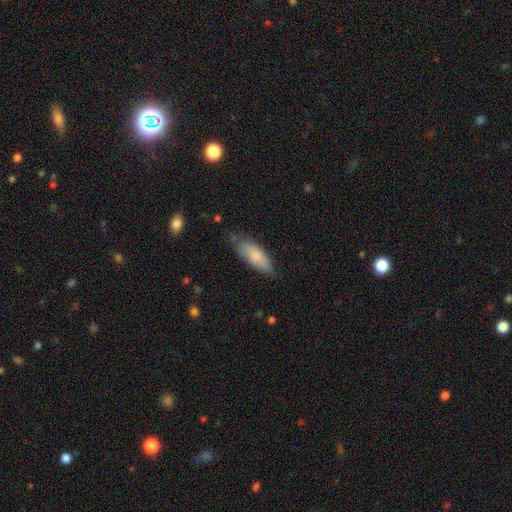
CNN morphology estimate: Smooth or featured: smooth — 79% (featured or disk — 15%)
How rounded: in between — 75% (cigar-shaped — 23%)
Merging: none — 64% (minor disturbance — 28%)